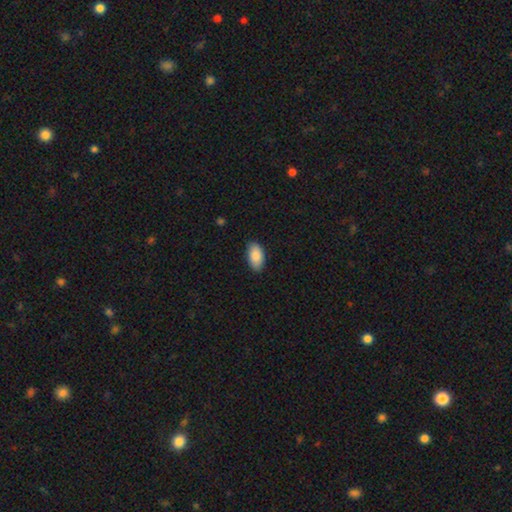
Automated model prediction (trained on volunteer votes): Morphology: type=smooth (89%); roundness=in between (95%); merging=none (86%).